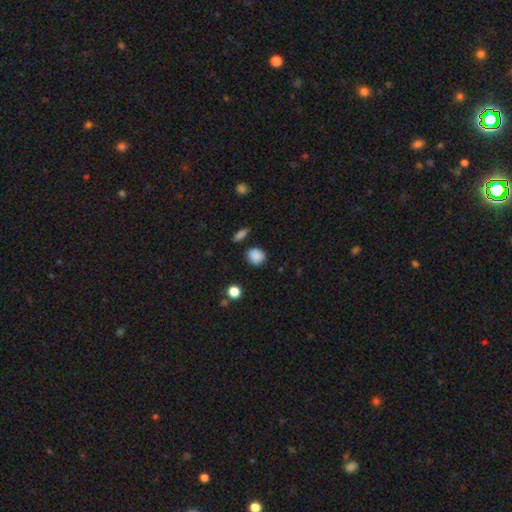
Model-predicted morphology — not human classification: smooth_or_featured: smooth (p=0.86) [alt: star or artifact p=0.10]
how_rounded: round (p=0.78) [alt: in between p=0.21]
merging: none (p=0.78) [alt: minor disturbance p=0.15]